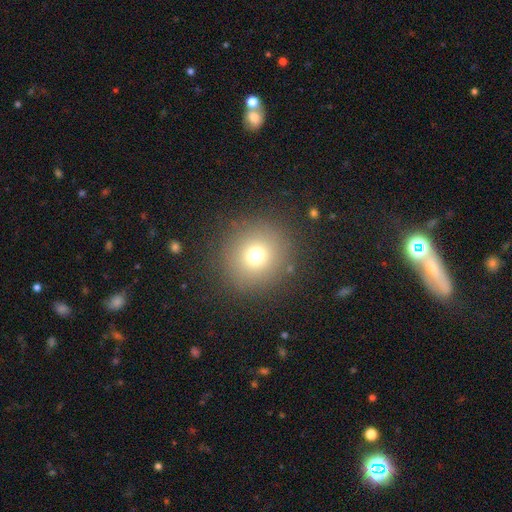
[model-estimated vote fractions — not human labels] Smooth or featured? smooth (72%)
How rounded? round (93%)
Merging? none (88%)